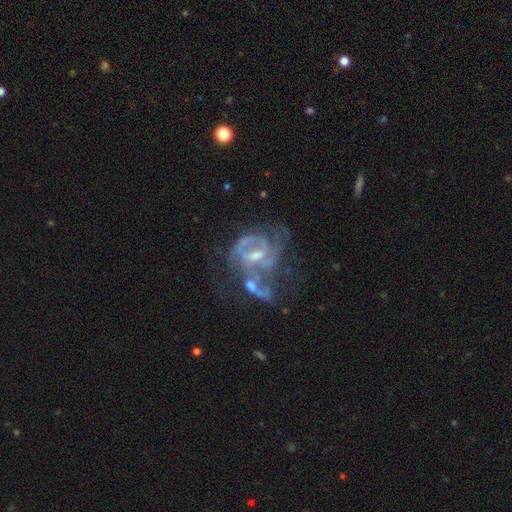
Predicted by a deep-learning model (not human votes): Overall: featured or disk (86%). Edge-on disk: no (98%). Bar: weak (50%; no 31%). Spiral arms: yes (87%). Spiral arm count: 2 (41%; can't tell 27%). Spiral winding: medium (45%; tight 38%). Bulge size: moderate (47%; small 39%). Merging: merger (33%; major disturbance 27%).